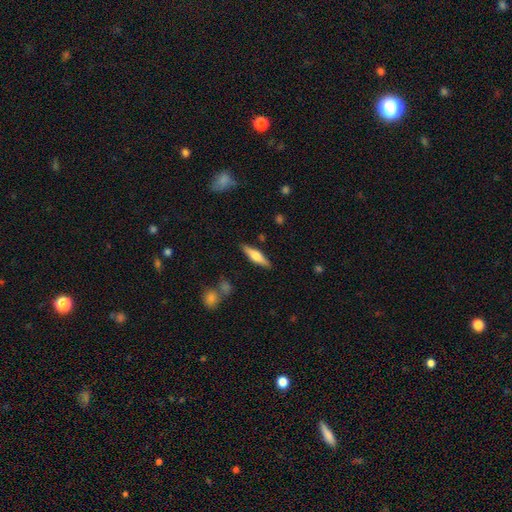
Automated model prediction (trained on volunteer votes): The model was most divided on "smooth or featured": smooth: 48%, featured or disk: 46%, star or artifact: 6%. More confident: merging — none (87%).